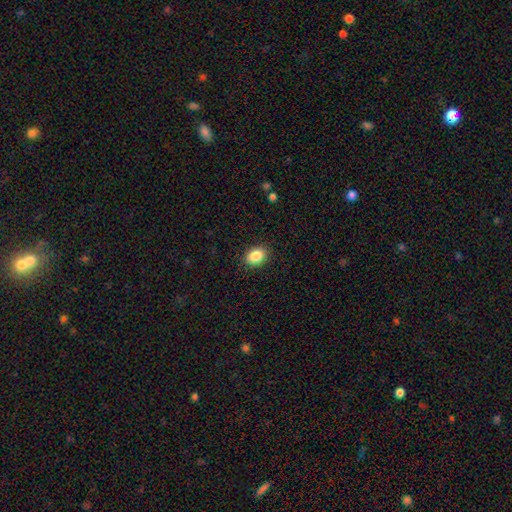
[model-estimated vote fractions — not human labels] A smooth galaxy with no disk features (87%) that is in between round and cigar-shaped (70%). Merging: none (89%).